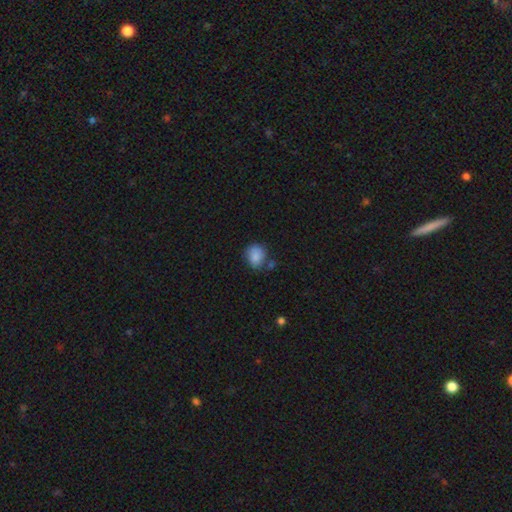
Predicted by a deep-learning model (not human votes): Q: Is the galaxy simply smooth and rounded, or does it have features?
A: smooth — 85%.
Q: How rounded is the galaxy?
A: round — 61%.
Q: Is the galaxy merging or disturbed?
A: none — 64%.